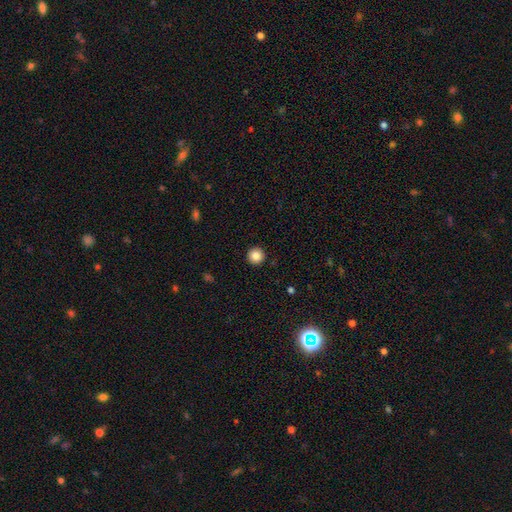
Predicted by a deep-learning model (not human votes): Morphology: type=smooth (86%); roundness=round (96%); merging=none (93%).